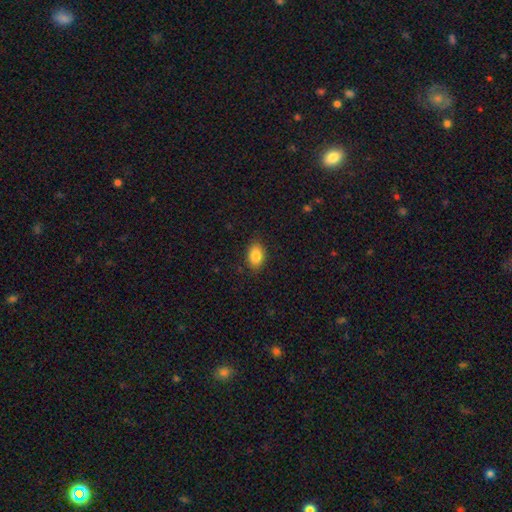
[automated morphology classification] smooth_or_featured: smooth (p=0.86) [alt: star or artifact p=0.08]
how_rounded: in between (p=0.88) [alt: round p=0.10]
merging: none (p=0.87) [alt: minor disturbance p=0.10]